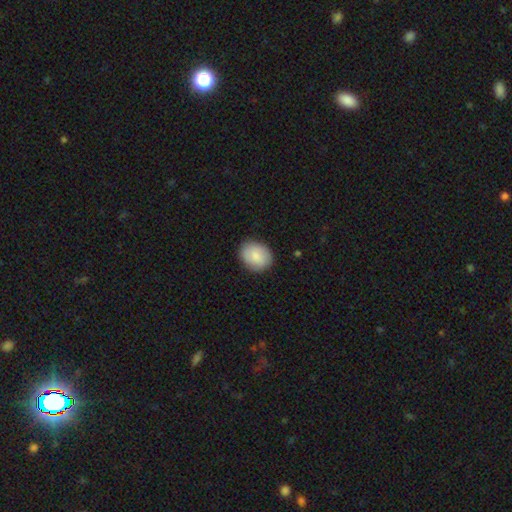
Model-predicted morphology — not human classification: type=smooth (80%); roundness=round (52%); merging=none (86%).